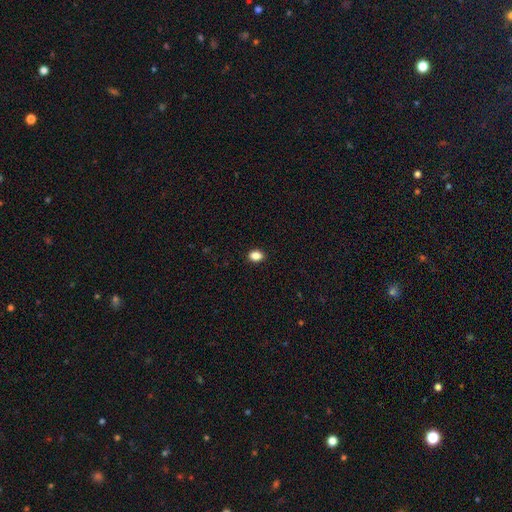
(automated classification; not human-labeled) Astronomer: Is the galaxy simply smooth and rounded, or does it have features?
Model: smooth — 87%.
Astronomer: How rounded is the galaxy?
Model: in between — 69%.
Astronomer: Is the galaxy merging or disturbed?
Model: none — 91%.